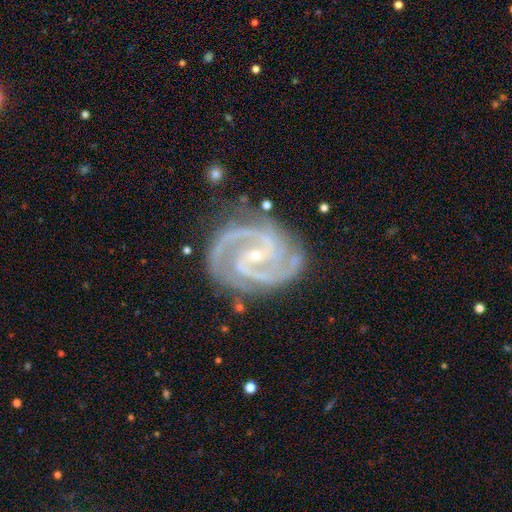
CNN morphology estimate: smooth-or-featured: featured or disk: 93% | star or artifact: 4% | smooth: 2%
  disk-edge-on: no: 98% | yes: 2%
    bar: weak: 38% | no: 31% | strong: 30%
    has-spiral-arms: yes: 99% | no: 1%
      spiral-winding: medium: 53% | tight: 41% | loose: 6%
      spiral-arm-count: 2: 71% | 3: 16% | can't tell: 4% | 4: 3% | 1: 3% | more than 4: 3%
    bulge-size: small: 83% | moderate: 13% | none: 1% | large: 1% | dominant: 1%
  merging: none: 76% | minor disturbance: 17% | major disturbance: 5% | merger: 2%